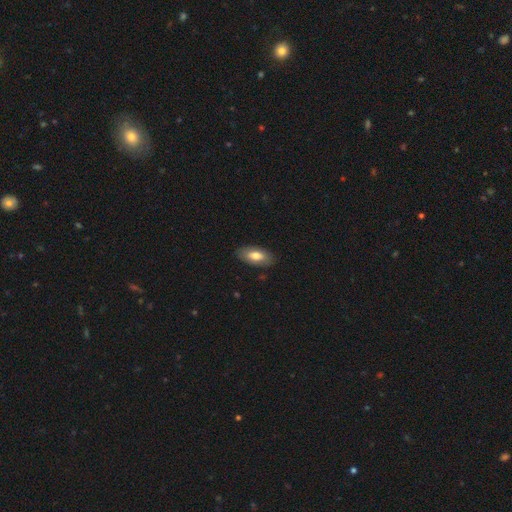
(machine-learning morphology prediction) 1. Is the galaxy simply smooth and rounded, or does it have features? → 74% smooth, 20% featured or disk, 6% star or artifact.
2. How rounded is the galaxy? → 91% in between, 7% cigar-shaped, 3% round.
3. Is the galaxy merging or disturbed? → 85% none, 11% minor disturbance, 2% major disturbance, 1% merger.